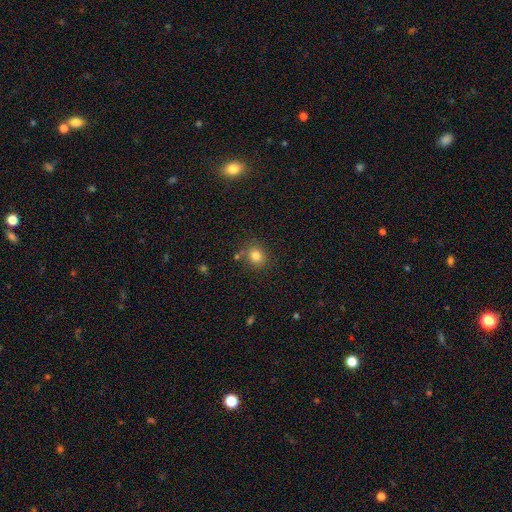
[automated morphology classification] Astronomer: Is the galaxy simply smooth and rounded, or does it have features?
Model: smooth — 81%.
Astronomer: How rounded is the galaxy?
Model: round — 75%.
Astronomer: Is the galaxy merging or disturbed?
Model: none — 78%.